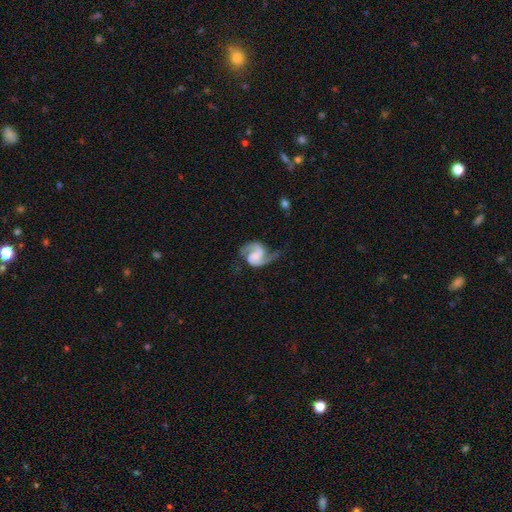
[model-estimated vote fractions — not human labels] smooth_or_featured: featured or disk (p=0.88) [alt: smooth p=0.07]
disk_edge_on: no (p=0.98) [alt: yes p=0.02]
bar: no (p=0.42) [alt: weak p=0.41]
has_spiral_arms: yes (p=0.97) [alt: no p=0.03]
spiral_winding: medium (p=0.52) [alt: loose p=0.33]
spiral_arm_count: 2 (p=0.91) [alt: 1 p=0.03]
bulge_size: none (p=0.44) [alt: small p=0.24]
merging: none (p=0.62) [alt: minor disturbance p=0.20]